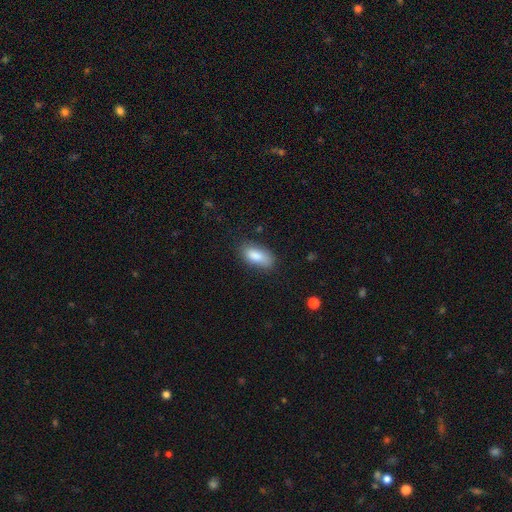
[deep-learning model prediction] Smooth or featured: smooth — 85% (featured or disk — 8%)
How rounded: in between — 87% (cigar-shaped — 11%)
Merging: none — 76% (minor disturbance — 18%)